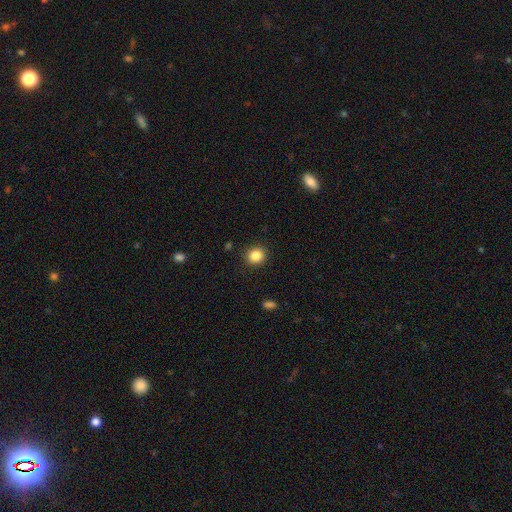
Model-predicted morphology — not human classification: The model was most divided on "how rounded": round: 83%, in between: 16%, cigar-shaped: 1%. More confident: merging — none (90%); smooth or featured — smooth (85%).